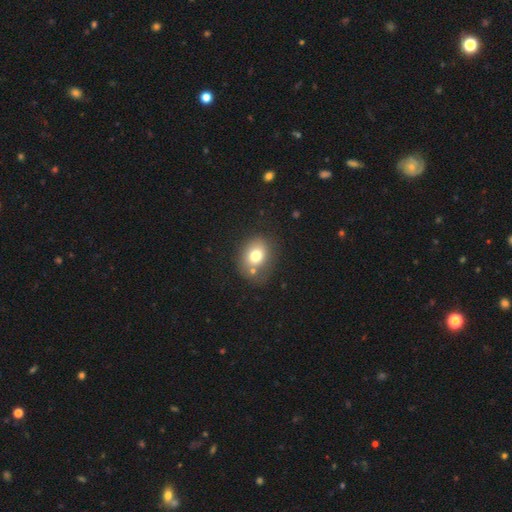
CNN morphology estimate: smooth 74%, featured or disk 15%, star or artifact 11%. Down the decision tree: how rounded — round (54%); merging — none (64%).